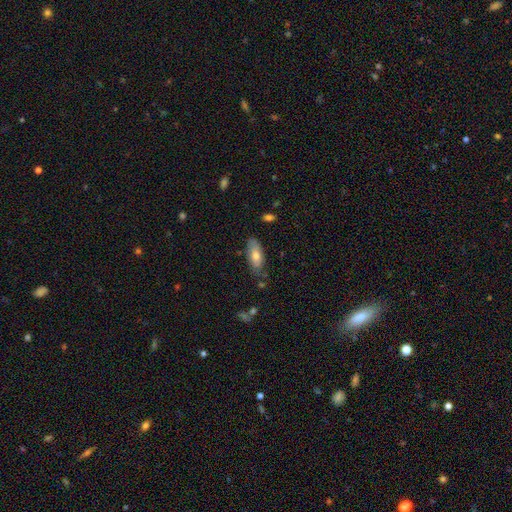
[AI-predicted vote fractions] Smooth or featured?
  - smooth: 71% *
  - featured or disk: 23%
  - star or artifact: 6%
How rounded?
  - in between: 80% *
  - cigar-shaped: 18%
  - round: 2%
Merging?
  - none: 73% *
  - minor disturbance: 20%
  - major disturbance: 4%
  - merger: 3%